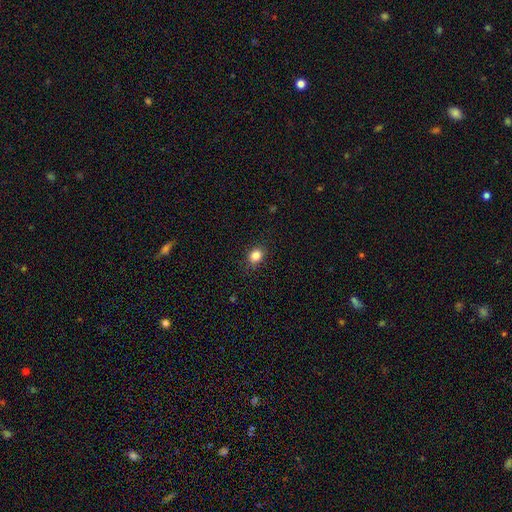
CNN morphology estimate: type=smooth (84%); roundness=round (54%); merging=none (87%).